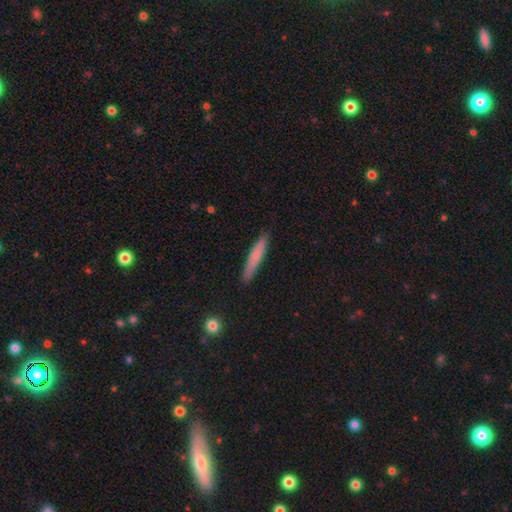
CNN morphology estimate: Q: Smooth or featured?
A: smooth (71%); runner-up: featured or disk (23%)
Q: How rounded?
A: cigar-shaped (93%); runner-up: in between (5%)
Q: Merging?
A: none (88%); runner-up: minor disturbance (9%)